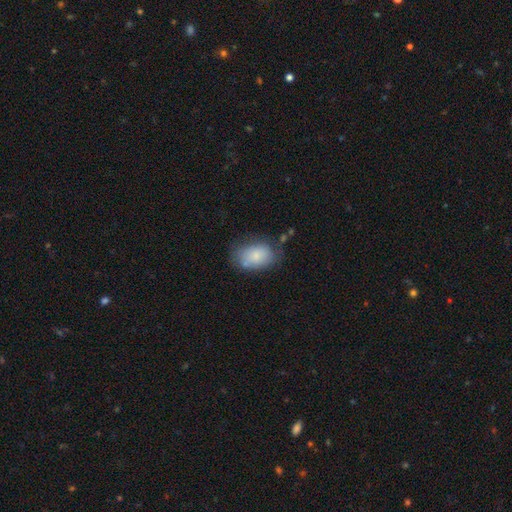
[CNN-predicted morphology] This appears to be a smooth galaxy with no disk features (80%) that is in between round and cigar-shaped (86%). Merging: none (61%).